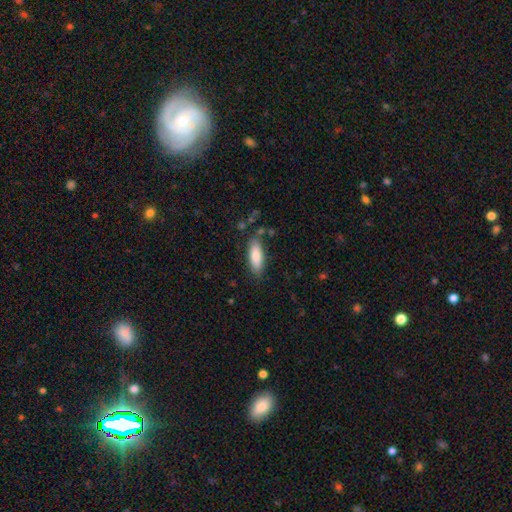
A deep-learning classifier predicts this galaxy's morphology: Smooth or featured? smooth (81%)
How rounded? in between (64%)
Merging? none (80%)